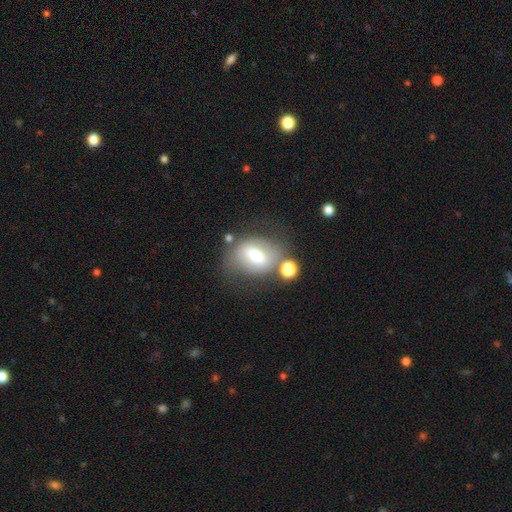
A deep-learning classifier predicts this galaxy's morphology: type=smooth (53%); roundness=in between (70%); merging=none (54%).